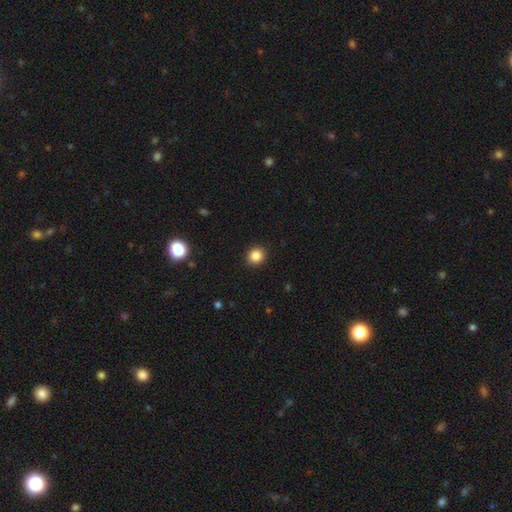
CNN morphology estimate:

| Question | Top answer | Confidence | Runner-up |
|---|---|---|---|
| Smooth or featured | smooth | 85% | star or artifact (11%) |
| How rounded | round | 81% | in between (18%) |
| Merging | none | 92% | minor disturbance (6%) |